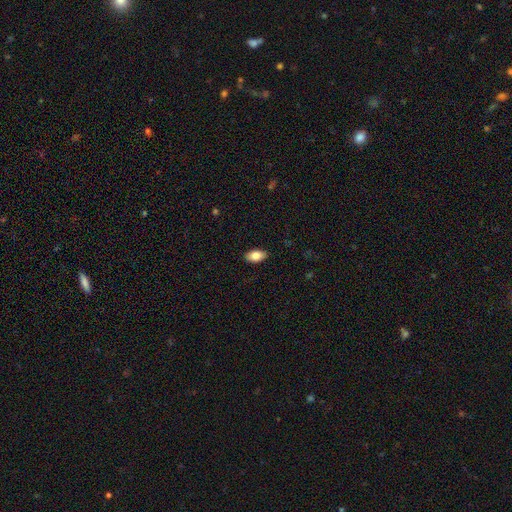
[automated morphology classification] Smooth or featured?
  - smooth: 82% *
  - featured or disk: 11%
  - star or artifact: 7%
How rounded?
  - in between: 93% *
  - round: 4%
  - cigar-shaped: 3%
Merging?
  - none: 89% *
  - minor disturbance: 8%
  - major disturbance: 2%
  - merger: 1%